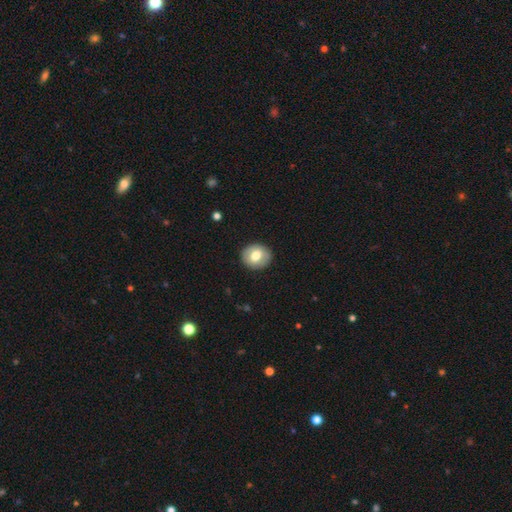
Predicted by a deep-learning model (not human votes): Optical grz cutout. It shows a smooth galaxy with no disk features (69%) that is round (70%). Merging: none (89%).